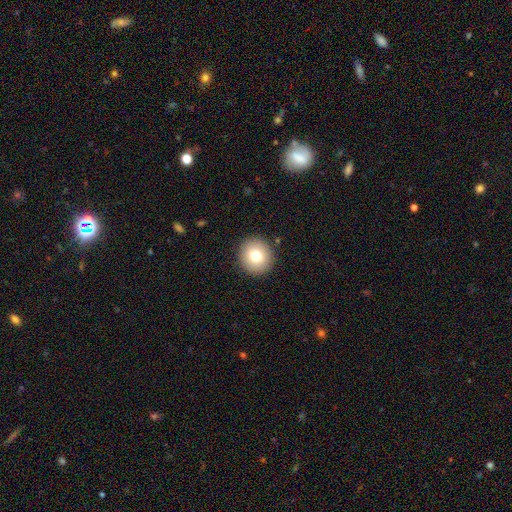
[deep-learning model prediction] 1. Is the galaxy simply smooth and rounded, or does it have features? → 77% smooth, 13% featured or disk, 10% star or artifact.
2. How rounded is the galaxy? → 92% round, 7% in between, 1% cigar-shaped.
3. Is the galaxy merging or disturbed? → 91% none, 6% minor disturbance, 2% major disturbance, 1% merger.